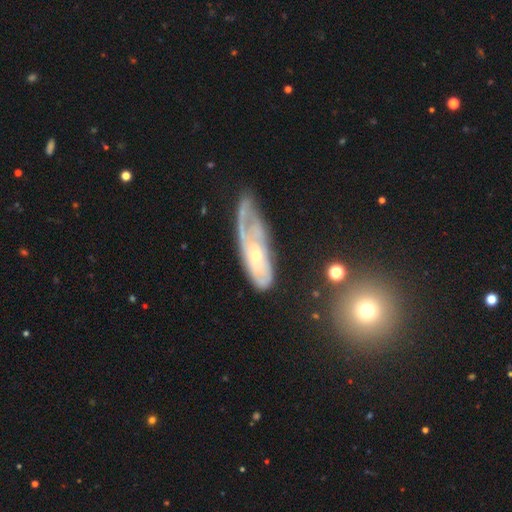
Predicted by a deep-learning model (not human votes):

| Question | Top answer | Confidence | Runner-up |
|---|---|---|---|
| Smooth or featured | featured or disk | 68% | smooth (24%) |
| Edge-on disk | no | 83% | yes (17%) |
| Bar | no | 80% | weak (16%) |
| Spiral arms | yes | 69% | no (31%) |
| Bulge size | small | 64% | moderate (31%) |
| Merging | none | 38% | minor disturbance (30%) |